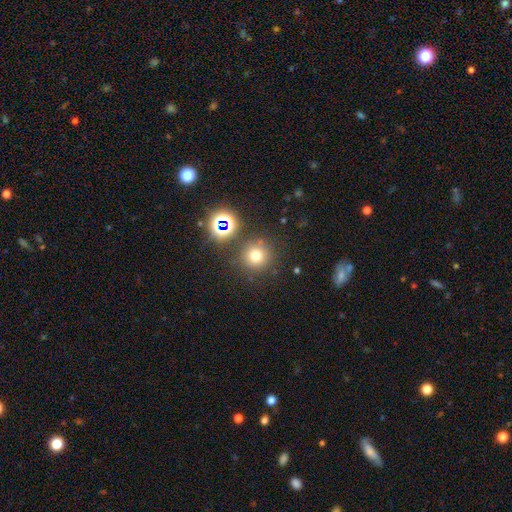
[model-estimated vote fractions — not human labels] Morphology: type=smooth (70%); roundness=round (94%); merging=none (81%).